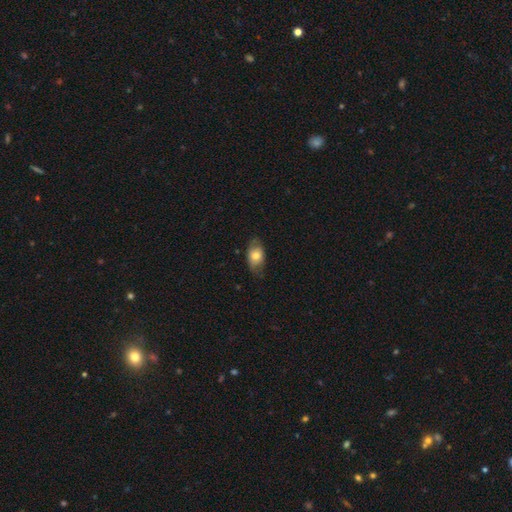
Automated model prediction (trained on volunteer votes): Morphology: type=smooth (67%); roundness=in between (85%); merging=none (69%).